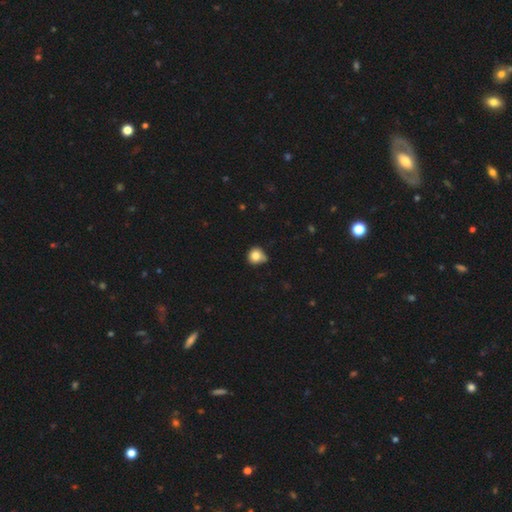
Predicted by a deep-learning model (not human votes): This appears to be a smooth galaxy with no disk features (81%) that is round (87%). Merging: none (58%).